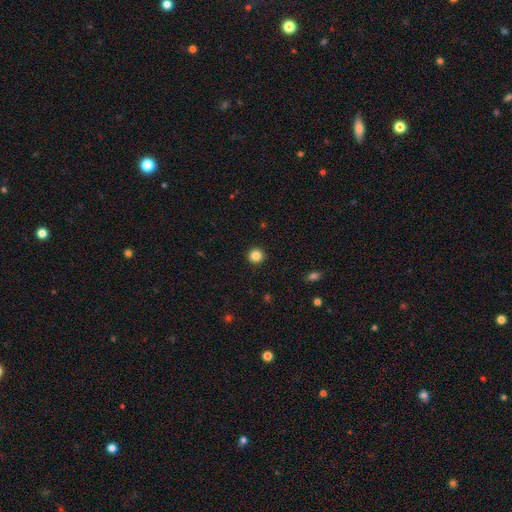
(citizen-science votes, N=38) This is clearly a smooth galaxy (89%). How rounded: clearly round (100%). Merging: clearly none (89%).